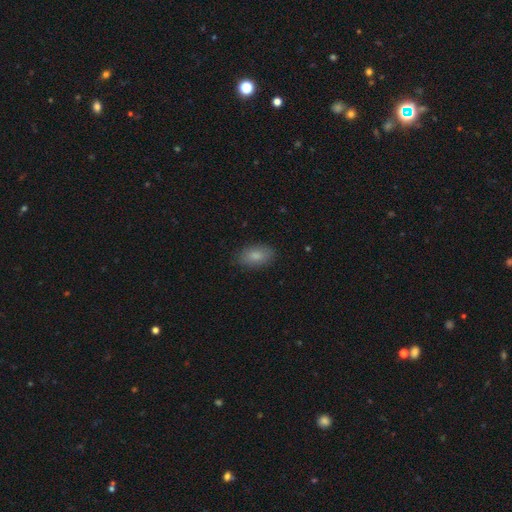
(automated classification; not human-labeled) This is clearly a smooth galaxy (84%). How rounded: clearly in between (91%). Merging: clearly none (85%).